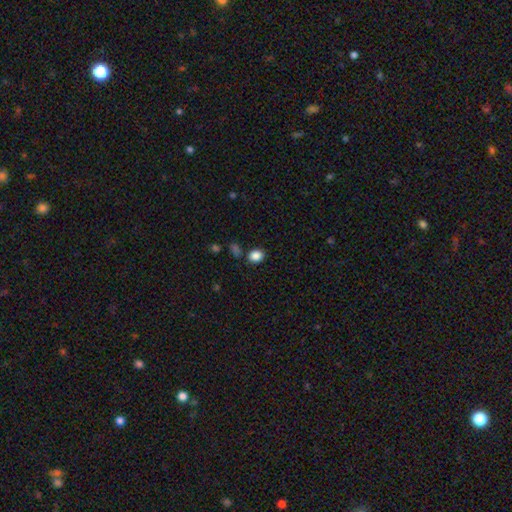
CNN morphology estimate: Smooth or featured: smooth — 86% (star or artifact — 10%)
How rounded: in between — 51% (round — 48%)
Merging: none — 80% (minor disturbance — 11%)